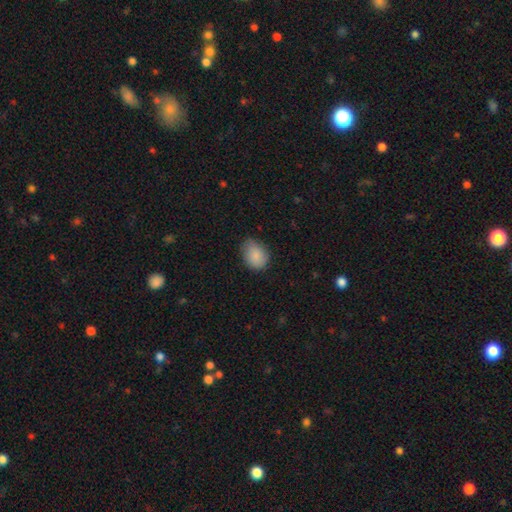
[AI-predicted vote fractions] Morphology: type=smooth (87%); roundness=in between (66%); merging=none (68%).